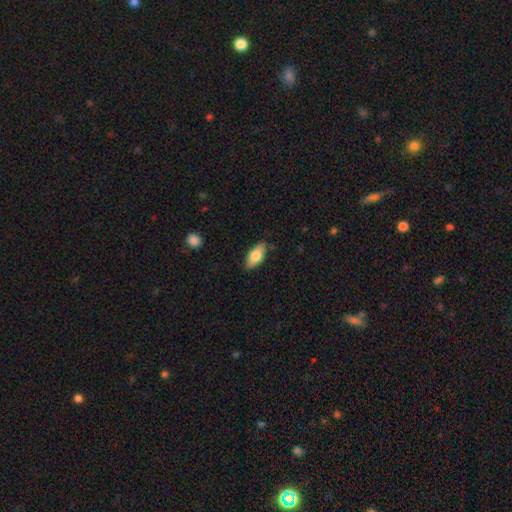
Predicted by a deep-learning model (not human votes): smooth 76%, featured or disk 18%, star or artifact 6%. Down the decision tree: how rounded — in between (86%); merging — none (85%).